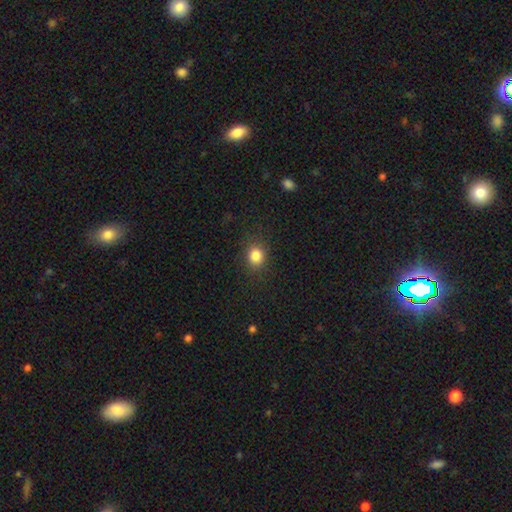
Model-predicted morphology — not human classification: smooth_or_featured: smooth (p=0.84) [alt: star or artifact p=0.12]
how_rounded: round (p=0.74) [alt: in between p=0.25]
merging: none (p=0.86) [alt: minor disturbance p=0.09]